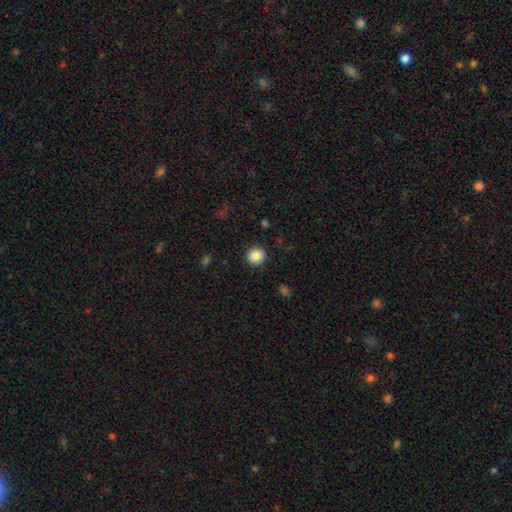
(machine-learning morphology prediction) Smooth or featured? Predicted: smooth (p=0.86). How rounded? Predicted: round (p=0.95). Merging? Predicted: none (p=0.92).